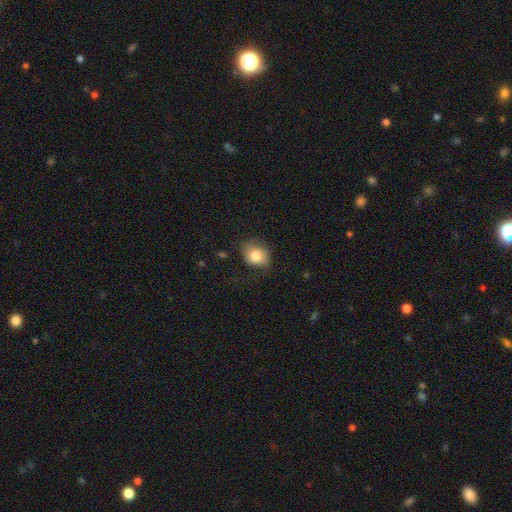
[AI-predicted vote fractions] smooth 80%, featured or disk 12%, star or artifact 8%. Down the decision tree: how rounded — in between (54%); merging — none (62%).